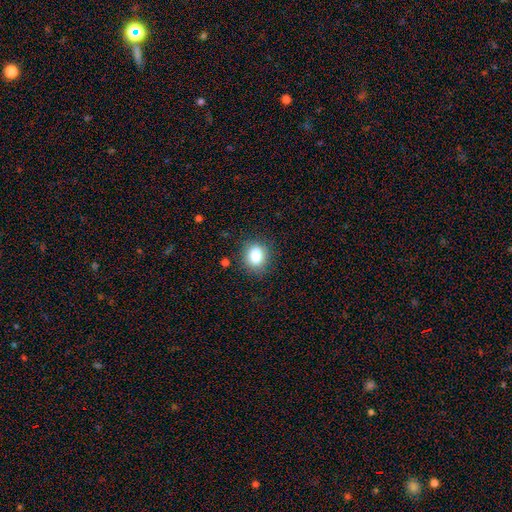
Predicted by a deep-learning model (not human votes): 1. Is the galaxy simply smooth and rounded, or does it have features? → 84% smooth, 10% star or artifact, 6% featured or disk.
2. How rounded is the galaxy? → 51% round, 48% in between, 1% cigar-shaped.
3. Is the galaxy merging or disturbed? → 84% none, 11% minor disturbance, 3% major disturbance, 1% merger.